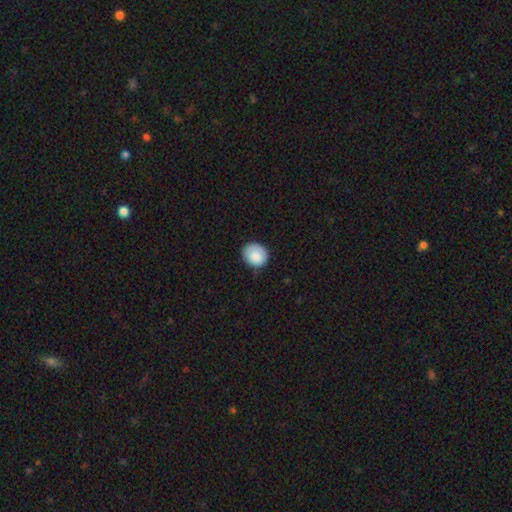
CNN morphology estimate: smooth_or_featured: smooth (p=0.86) [alt: star or artifact p=0.07]
how_rounded: round (p=0.71) [alt: in between p=0.29]
merging: none (p=0.75) [alt: minor disturbance p=0.20]